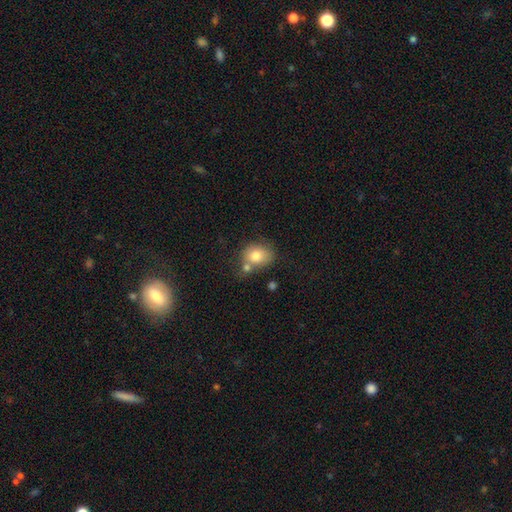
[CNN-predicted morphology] The model was most divided on "how rounded": round: 50%, in between: 49%, cigar-shaped: 1%. Remaining: smooth or featured — smooth (78%); merging — none (48%).